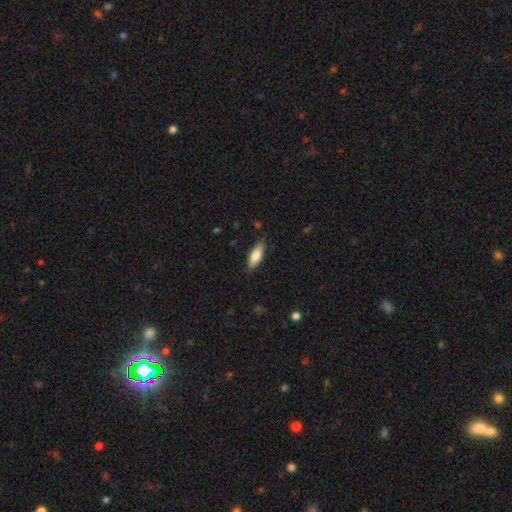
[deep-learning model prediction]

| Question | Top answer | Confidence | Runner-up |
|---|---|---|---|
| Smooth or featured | smooth | 75% | featured or disk (19%) |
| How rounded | in between | 59% | cigar-shaped (39%) |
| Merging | none | 85% | minor disturbance (12%) |